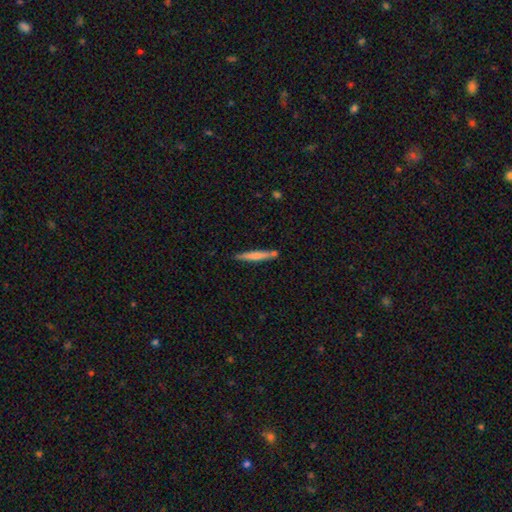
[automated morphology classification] A smooth galaxy with no disk features (60%) that is cigar-shaped (95%).

Vote fractions:
- Smooth or featured? smooth: 60% / featured or disk: 35% / star or artifact: 5%
- How rounded? cigar-shaped: 95% / in between: 4% / round: 1%
- Merging? none: 78% / minor disturbance: 12% / merger: 8% / major disturbance: 2%